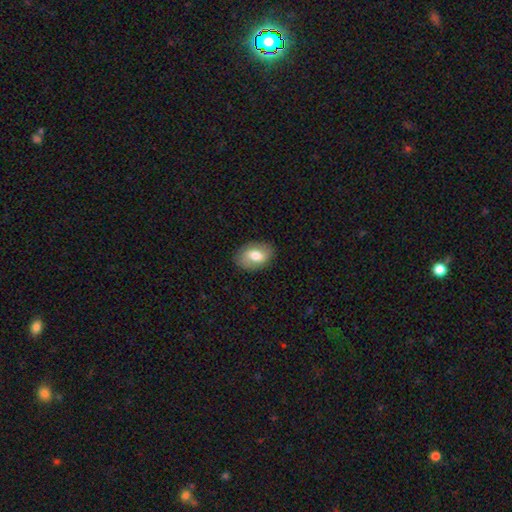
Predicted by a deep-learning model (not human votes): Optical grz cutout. It shows a smooth galaxy with no disk features (65%) that is in between round and cigar-shaped (81%). Merging: none (84%).